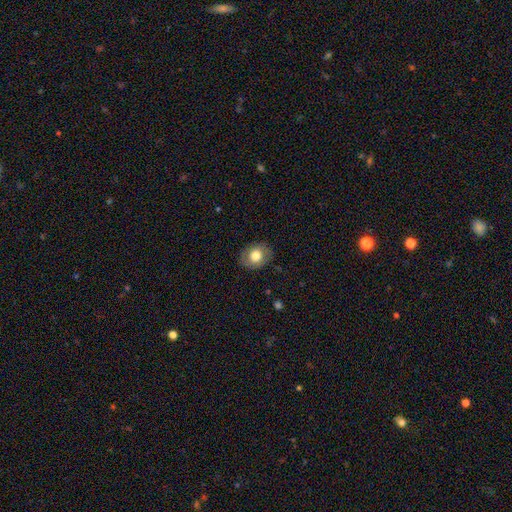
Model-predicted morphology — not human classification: The model was most divided on "how rounded": round: 52%, in between: 47%, cigar-shaped: 1%. More confident: merging — none (84%); smooth or featured — smooth (72%).